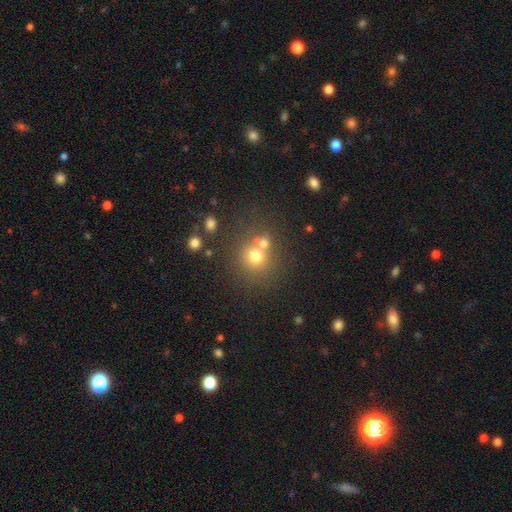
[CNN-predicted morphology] Q: Smooth or featured?
A: smooth (70%); runner-up: star or artifact (16%)
Q: How rounded?
A: round (87%); runner-up: in between (13%)
Q: Merging?
A: none (53%); runner-up: merger (34%)